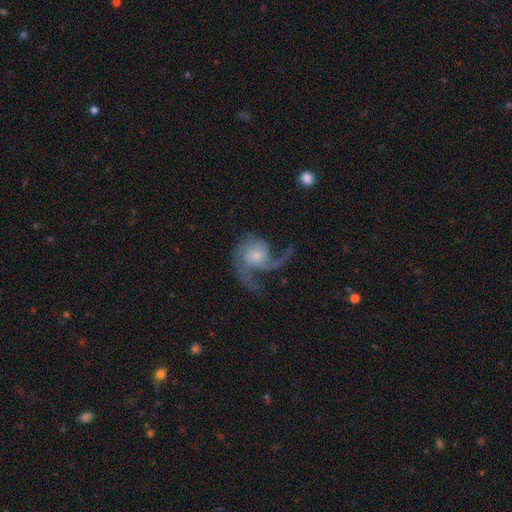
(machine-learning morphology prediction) Overall: featured or disk (83%). Edge-on disk: no (98%). Bar: no (69%). Spiral arms: yes (95%). Spiral arm count: 2 (59%). Spiral winding: loose (55%; medium 36%). Bulge size: small (45%; moderate 39%). Merging: none (46%; major disturbance 34%).